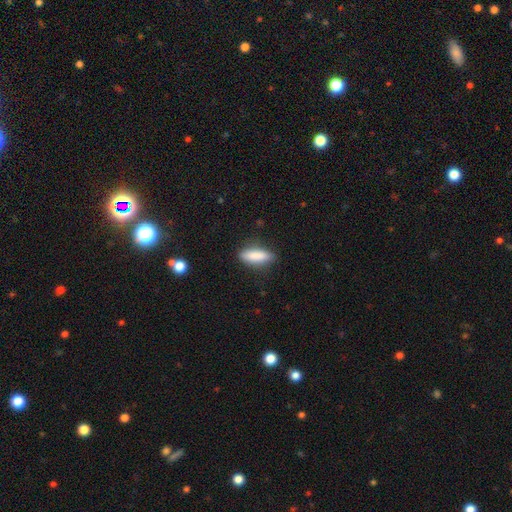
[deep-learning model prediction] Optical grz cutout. It shows a smooth galaxy with no disk features (83%) that is in between round and cigar-shaped (49%, tied with cigar-shaped). Merging: none (81%).